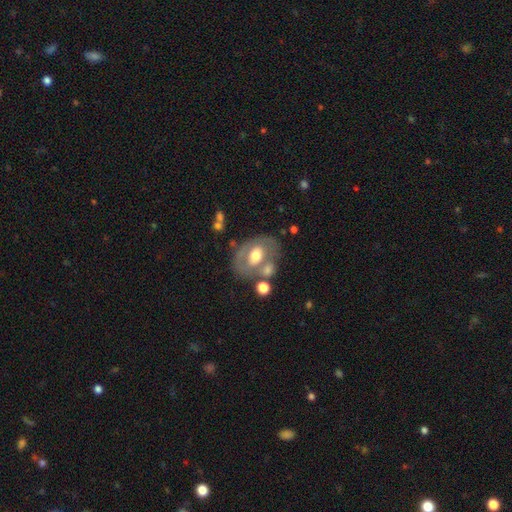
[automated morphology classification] Smooth or featured?
  - featured or disk: 50% *
  - smooth: 42%
  - star or artifact: 7%
Edge-on disk?
  - no: 92% *
  - yes: 8%
Merging?
  - none: 53% *
  - minor disturbance: 19%
  - merger: 18%
  - major disturbance: 10%